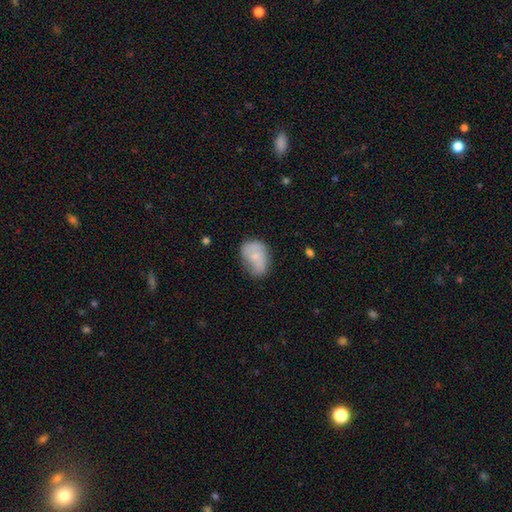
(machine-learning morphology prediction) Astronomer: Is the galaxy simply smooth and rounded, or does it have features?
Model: smooth — 62%.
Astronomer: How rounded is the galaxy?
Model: in between — 77%.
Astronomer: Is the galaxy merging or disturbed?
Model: none — 46% (runner-up: minor disturbance, 34%).